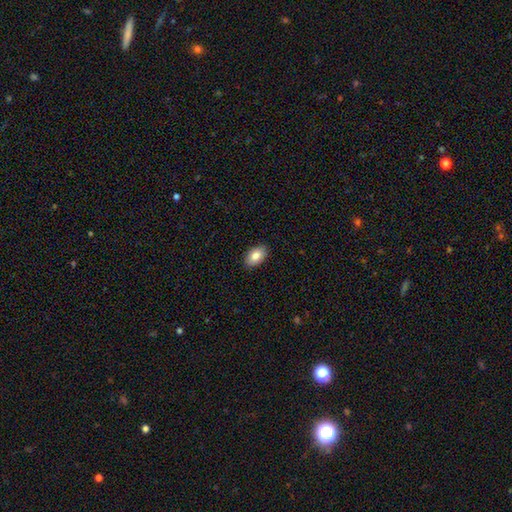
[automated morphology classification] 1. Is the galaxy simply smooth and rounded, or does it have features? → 83% smooth, 10% featured or disk, 7% star or artifact.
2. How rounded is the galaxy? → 92% in between, 7% round, 1% cigar-shaped.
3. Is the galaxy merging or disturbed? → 89% none, 8% minor disturbance, 2% major disturbance, 1% merger.